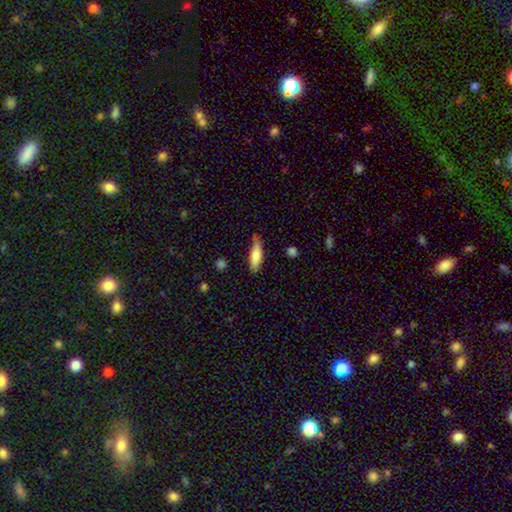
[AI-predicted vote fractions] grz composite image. It shows a smooth galaxy with no disk features (76%) that is cigar-shaped (51%). Merging: none (69%).